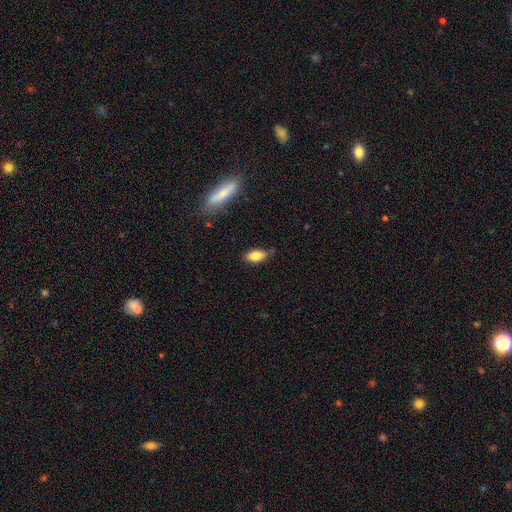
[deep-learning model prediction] A smooth galaxy with no disk features (84%) that is in between round and cigar-shaped (88%).

Vote fractions:
- Smooth or featured? smooth: 84% / featured or disk: 9% / star or artifact: 8%
- How rounded? in between: 88% / cigar-shaped: 7% / round: 5%
- Merging? none: 71% / minor disturbance: 22% / major disturbance: 4% / merger: 3%